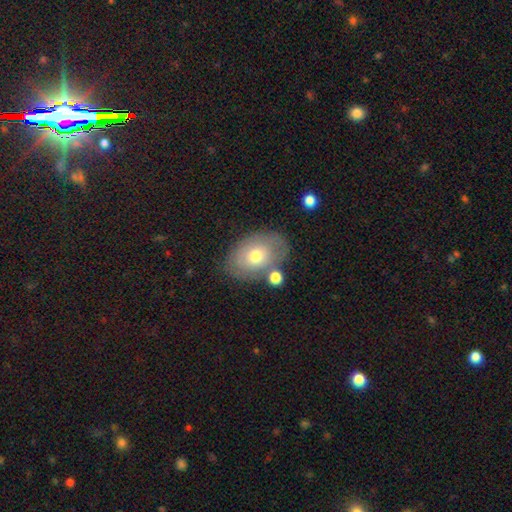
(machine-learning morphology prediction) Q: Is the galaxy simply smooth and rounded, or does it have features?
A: smooth — 64%.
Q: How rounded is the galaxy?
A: in between — 79%.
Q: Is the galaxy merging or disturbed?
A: none — 65%.